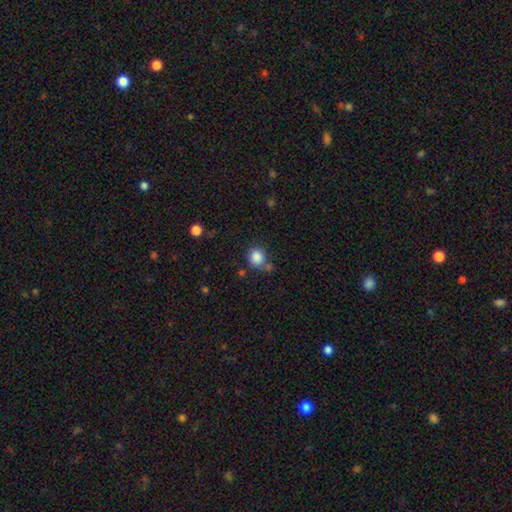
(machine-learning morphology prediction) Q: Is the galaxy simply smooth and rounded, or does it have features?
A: smooth — 86%.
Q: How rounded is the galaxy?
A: round — 84%.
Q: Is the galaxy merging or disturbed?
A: none — 69%.